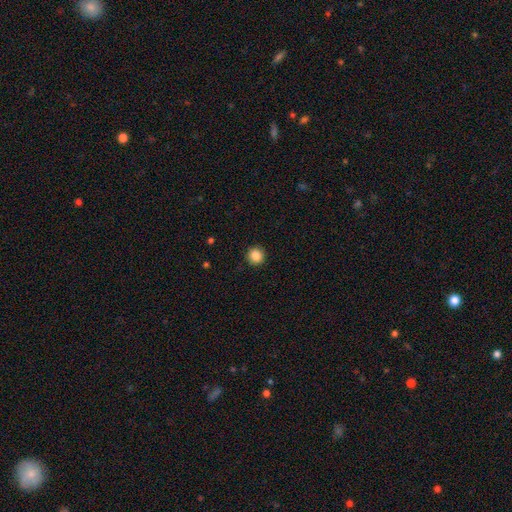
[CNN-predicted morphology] This appears to be a smooth galaxy with no disk features (87%) that is round (95%). Merging: none (92%).